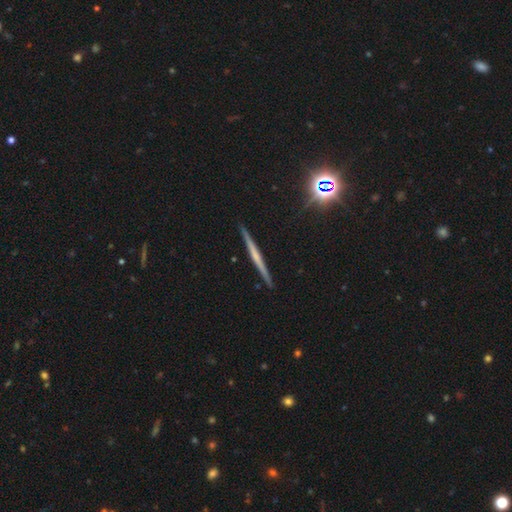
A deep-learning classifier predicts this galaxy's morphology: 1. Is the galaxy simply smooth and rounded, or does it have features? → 59% featured or disk, 30% smooth, 11% star or artifact.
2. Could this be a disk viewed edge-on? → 98% yes, 2% no.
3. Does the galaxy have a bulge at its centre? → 72% none, 20% rounded, 8% boxy.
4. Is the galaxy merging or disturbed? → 91% none, 6% minor disturbance, 1% major disturbance, 1% merger.